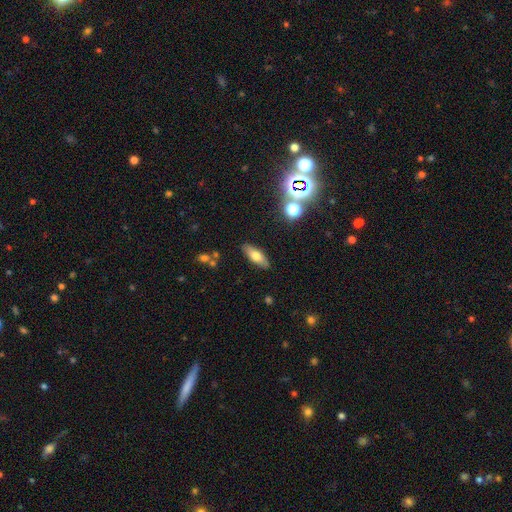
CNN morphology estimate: A smooth galaxy with no disk features (63%) that is in between round and cigar-shaped (62%). Merging: none (87%).